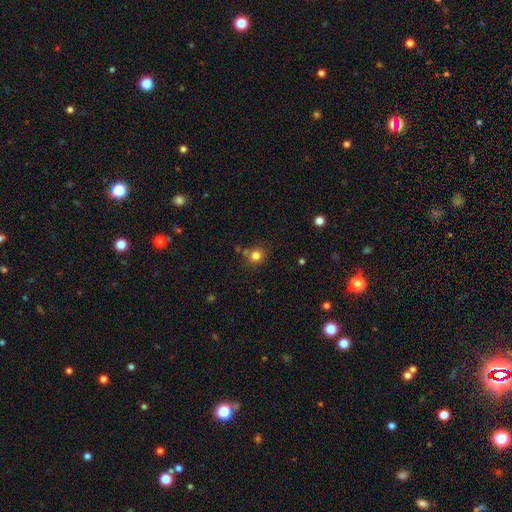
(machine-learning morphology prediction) The model was most divided on "merging": none: 75%, minor disturbance: 12%, merger: 10%, major disturbance: 3%. More confident: how rounded — round (84%); smooth or featured — smooth (80%).